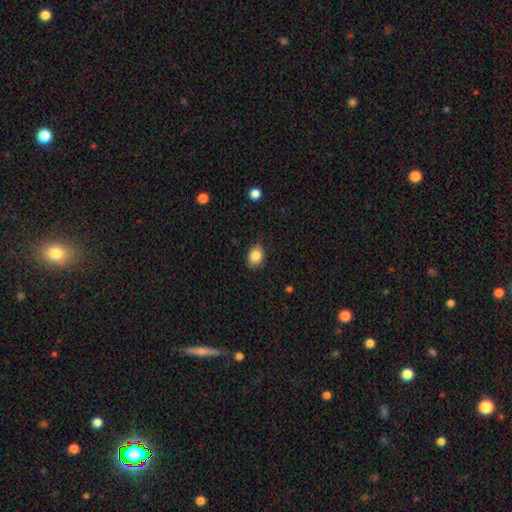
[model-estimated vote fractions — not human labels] Q: Smooth or featured?
A: smooth (85%); runner-up: star or artifact (9%)
Q: How rounded?
A: in between (63%); runner-up: round (36%)
Q: Merging?
A: none (79%); runner-up: minor disturbance (17%)